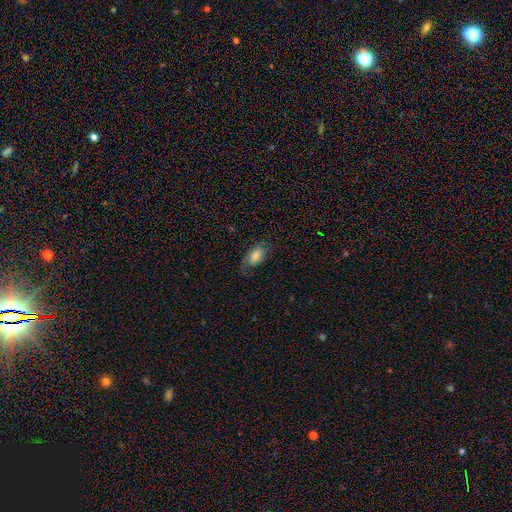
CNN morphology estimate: Q: Smooth or featured?
A: smooth (80%); runner-up: featured or disk (12%)
Q: How rounded?
A: in between (90%); runner-up: cigar-shaped (6%)
Q: Merging?
A: none (62%); runner-up: minor disturbance (26%)